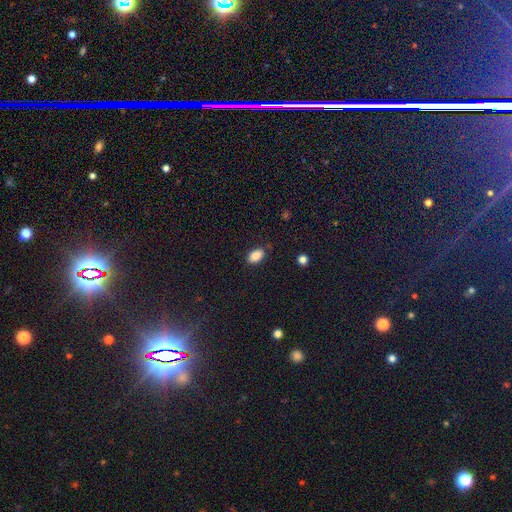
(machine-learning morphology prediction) smooth_or_featured: smooth (p=0.88) [alt: star or artifact p=0.09]
how_rounded: in between (p=0.91) [alt: round p=0.06]
merging: none (p=0.83) [alt: minor disturbance p=0.13]